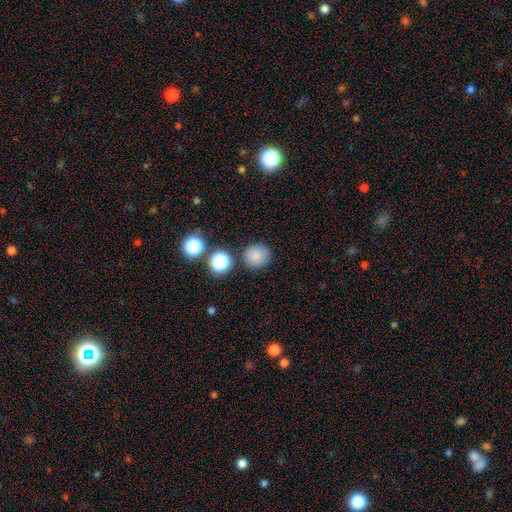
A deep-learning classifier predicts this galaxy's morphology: smooth-or-featured: smooth: 81% | star or artifact: 13% | featured or disk: 6%
  how-rounded: round: 92% | in between: 7% | cigar-shaped: 1%
  merging: none: 84% | minor disturbance: 9% | merger: 5% | major disturbance: 3%